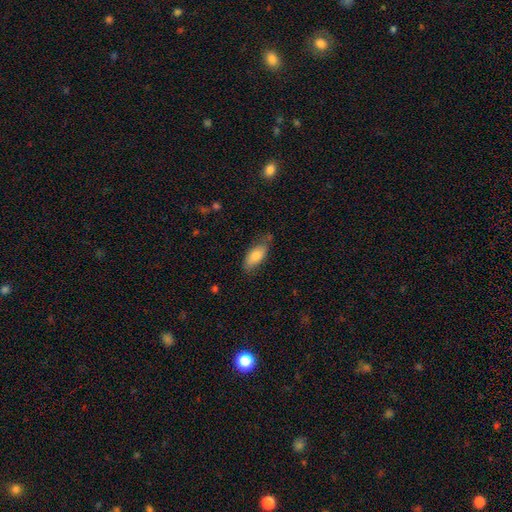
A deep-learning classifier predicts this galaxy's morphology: Smooth or featured?
  - smooth: 80% *
  - featured or disk: 14%
  - star or artifact: 6%
How rounded?
  - in between: 85% *
  - cigar-shaped: 13%
  - round: 2%
Merging?
  - none: 67% *
  - minor disturbance: 25%
  - major disturbance: 5%
  - merger: 3%